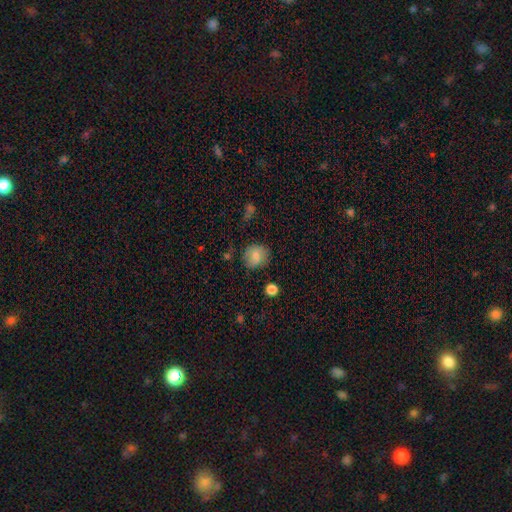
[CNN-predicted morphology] smooth-or-featured: smooth: 80% | featured or disk: 11% | star or artifact: 9%
  how-rounded: round: 75% | in between: 24% | cigar-shaped: 1%
  merging: none: 77% | minor disturbance: 16% | major disturbance: 5% | merger: 2%